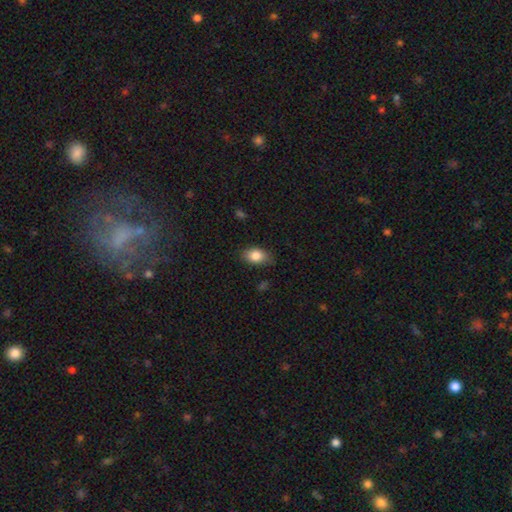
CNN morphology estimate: This is clearly a smooth galaxy (84%). How rounded: clearly in between (86%). Merging: likely none (78%).